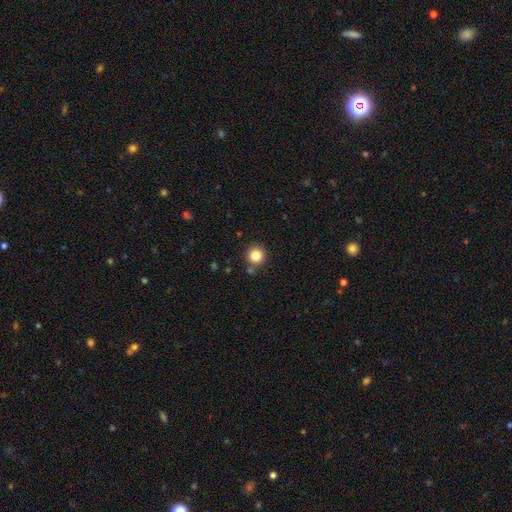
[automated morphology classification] A smooth galaxy with no disk features (84%) that is round (93%).

Vote fractions:
- Smooth or featured? smooth: 84% / star or artifact: 11% / featured or disk: 5%
- How rounded? round: 93% / in between: 6% / cigar-shaped: 1%
- Merging? none: 86% / minor disturbance: 7% / merger: 5% / major disturbance: 2%